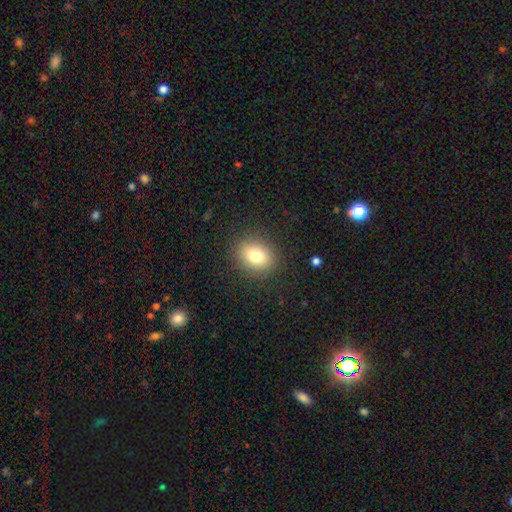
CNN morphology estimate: Overall: smooth (78%). How rounded: in between (51%; round 47%). Merging: none (88%).